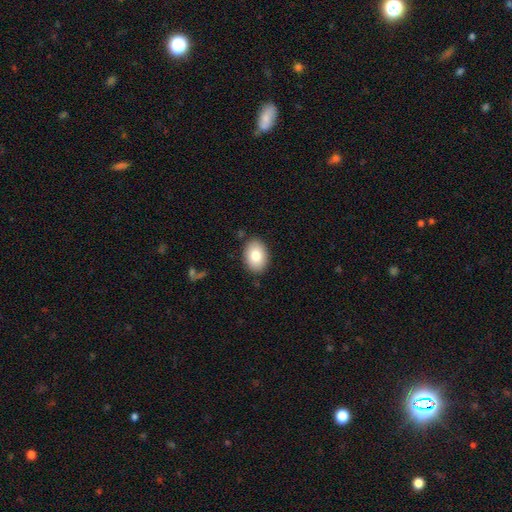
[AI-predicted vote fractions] smooth_or_featured: smooth (p=0.83) [alt: featured or disk p=0.10]
how_rounded: in between (p=0.83) [alt: round p=0.16]
merging: none (p=0.87) [alt: minor disturbance p=0.10]